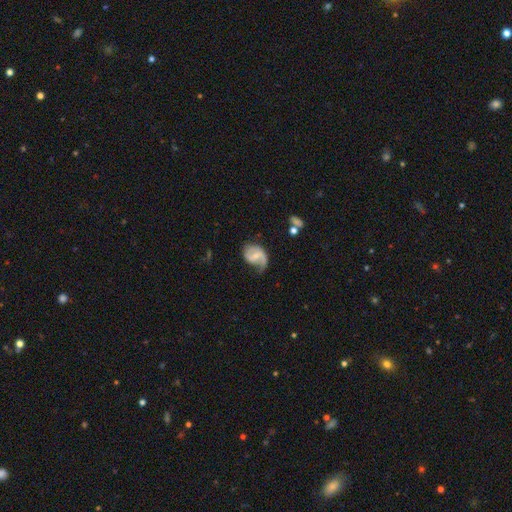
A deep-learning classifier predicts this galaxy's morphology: Smooth or featured: featured or disk — 72% (smooth — 22%)
Edge-on disk: no — 97% (yes — 3%)
Bar: weak — 49% (no — 33%)
Spiral arms: yes — 89% (no — 11%)
Spiral winding: loose — 42% (medium — 41%)
Spiral arm count: 2 — 59% (1 — 31%)
Bulge size: small — 54% (moderate — 34%)
Merging: none — 42% (minor disturbance — 32%)